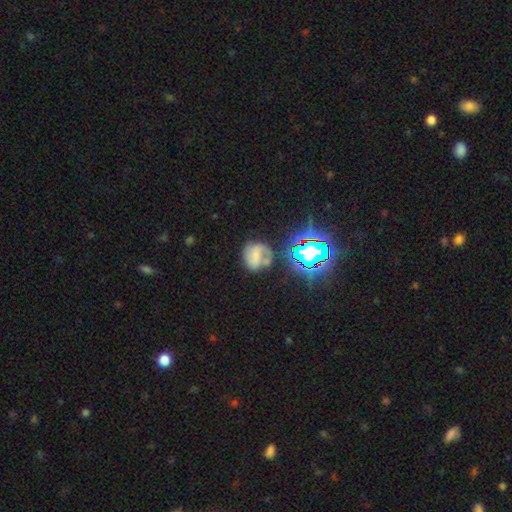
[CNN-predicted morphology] Smooth or featured?
  - smooth: 42% *
  - featured or disk: 39%
  - star or artifact: 19%
Merging?
  - none: 48% *
  - minor disturbance: 22%
  - major disturbance: 15%
  - merger: 14%